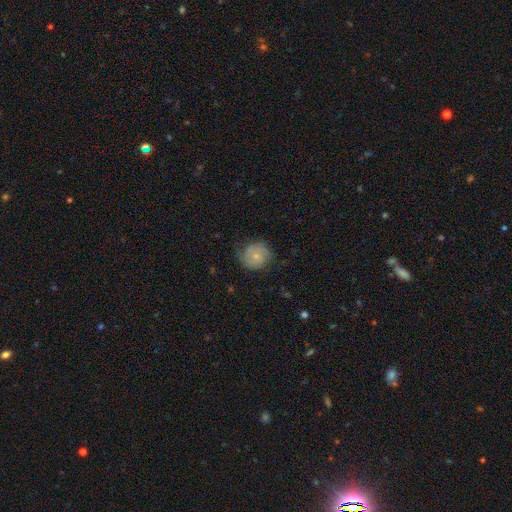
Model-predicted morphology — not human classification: The model was most divided on "smooth or featured": smooth: 52%, featured or disk: 41%, star or artifact: 7%. More confident: how rounded — round (84%); merging — none (63%).